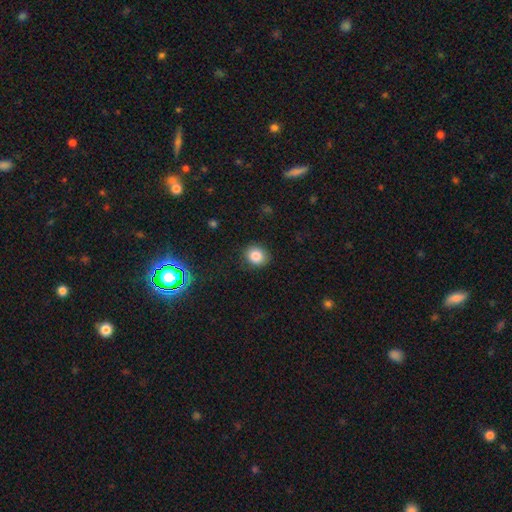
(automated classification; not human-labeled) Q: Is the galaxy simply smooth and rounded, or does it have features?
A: smooth — 84%.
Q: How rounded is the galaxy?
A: round — 69%.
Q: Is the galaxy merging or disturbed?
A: none — 86%.